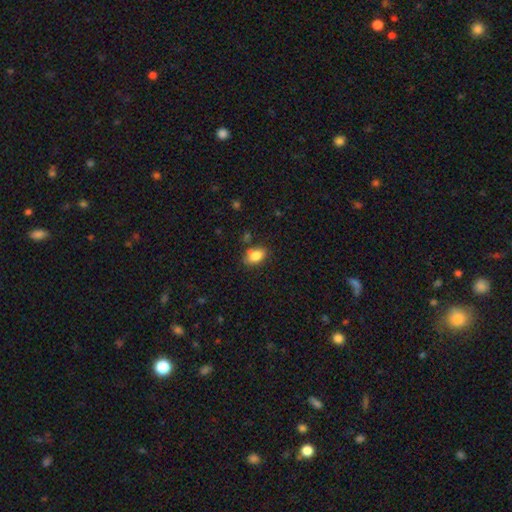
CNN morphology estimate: A smooth galaxy with no disk features (84%) that is in between round and cigar-shaped (87%). Merging: none (70%).